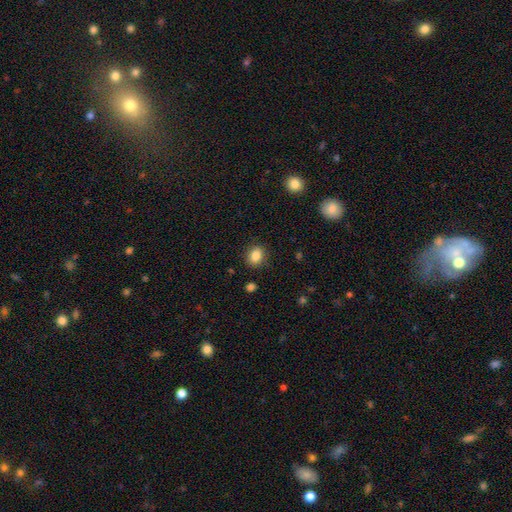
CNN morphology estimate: This appears to be a smooth galaxy with no disk features (85%) that is in between round and cigar-shaped (50%). Merging: none (86%).